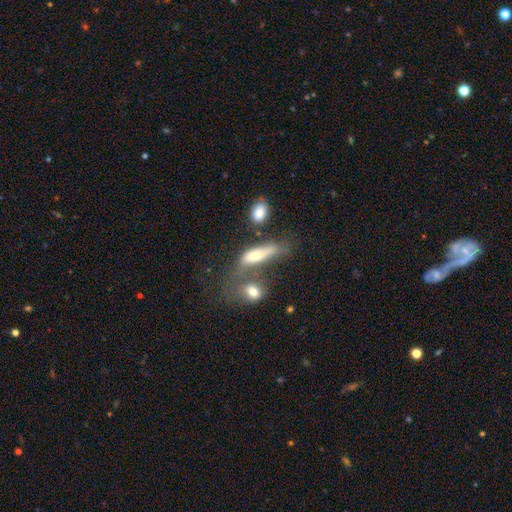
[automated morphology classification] smooth_or_featured: smooth (p=0.64) [alt: featured or disk p=0.27]
how_rounded: in between (p=0.58) [alt: cigar-shaped p=0.36]
merging: merger (p=0.41) [alt: none p=0.25]